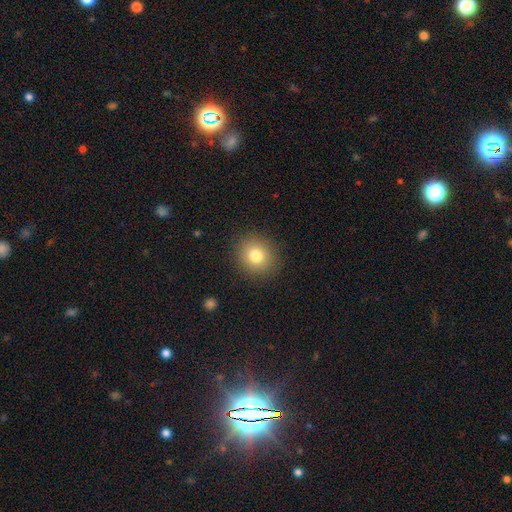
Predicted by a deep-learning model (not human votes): smooth-or-featured: smooth: 79% | star or artifact: 11% | featured or disk: 10%
  how-rounded: round: 80% | in between: 19% | cigar-shaped: 1%
  merging: none: 89% | minor disturbance: 7% | major disturbance: 3% | merger: 1%